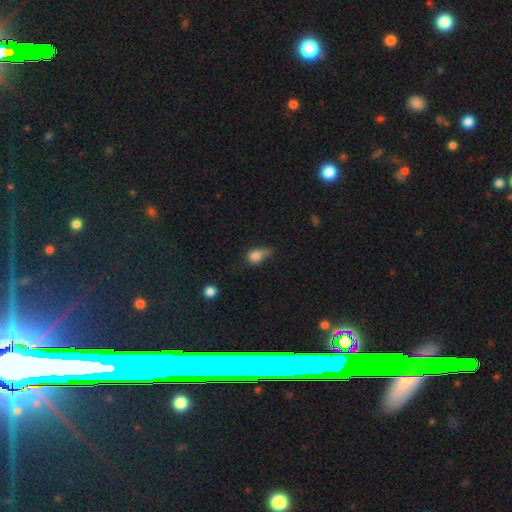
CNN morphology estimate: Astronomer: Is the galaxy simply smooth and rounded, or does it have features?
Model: smooth — 76%.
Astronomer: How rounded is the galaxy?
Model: in between — 61%.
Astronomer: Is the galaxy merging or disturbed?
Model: minor disturbance — 39% (runner-up: none, 28%).